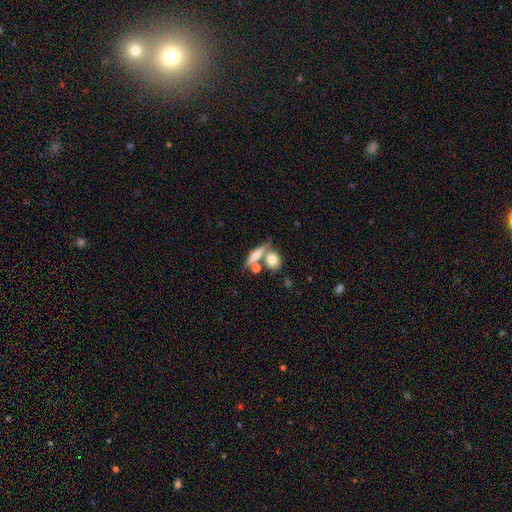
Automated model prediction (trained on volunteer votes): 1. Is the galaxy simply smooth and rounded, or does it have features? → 60% smooth, 31% featured or disk, 9% star or artifact.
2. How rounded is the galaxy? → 40% in between, 36% cigar-shaped, 24% round.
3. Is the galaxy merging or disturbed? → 51% none, 33% merger, 11% minor disturbance, 5% major disturbance.